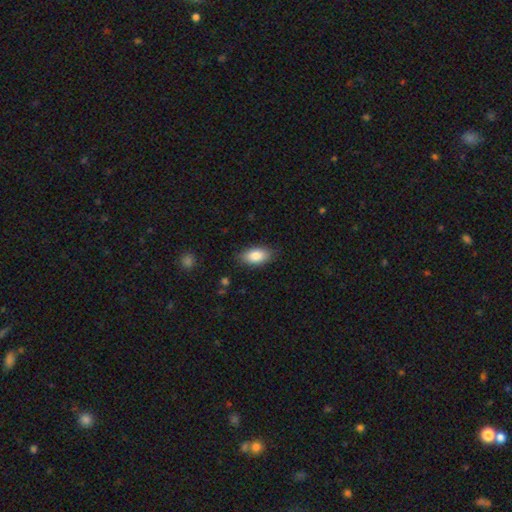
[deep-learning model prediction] A smooth galaxy with no disk features (86%) that is in between round and cigar-shaped (92%). Merging: none (84%).